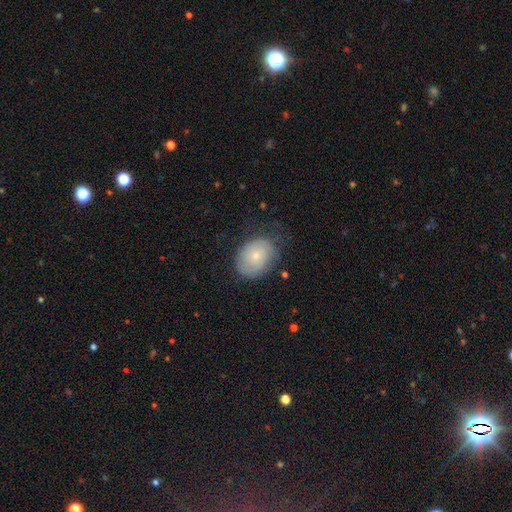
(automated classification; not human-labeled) This appears to be a smooth galaxy with no disk features (57%) that is in between round and cigar-shaped (64%). Merging: none (62%).